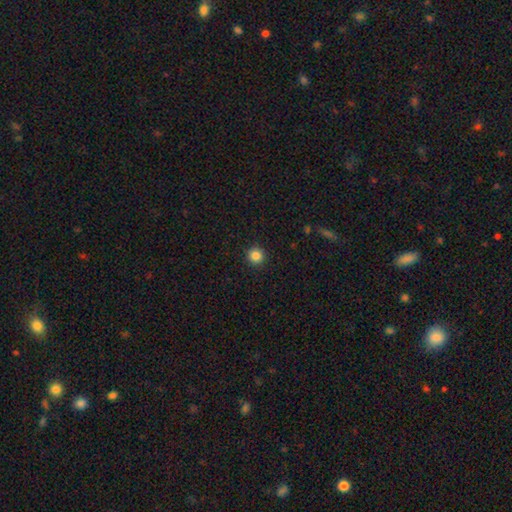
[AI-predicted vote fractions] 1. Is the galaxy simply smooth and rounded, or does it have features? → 84% smooth, 11% star or artifact, 4% featured or disk.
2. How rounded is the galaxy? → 96% round, 4% in between, 1% cigar-shaped.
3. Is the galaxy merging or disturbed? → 93% none, 5% minor disturbance, 2% major disturbance, 1% merger.